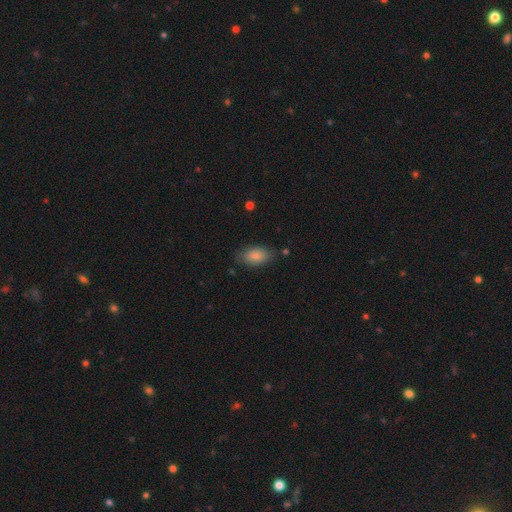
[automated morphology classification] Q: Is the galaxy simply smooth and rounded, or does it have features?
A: smooth — 84%.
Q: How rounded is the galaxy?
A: in between — 91%.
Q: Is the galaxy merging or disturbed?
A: none — 78%.